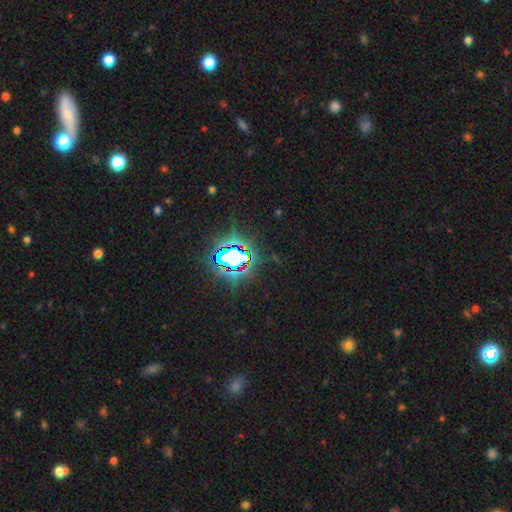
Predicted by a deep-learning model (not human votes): The model was most divided on "smooth or featured": star or artifact: 82%, smooth: 11%, featured or disk: 7%.